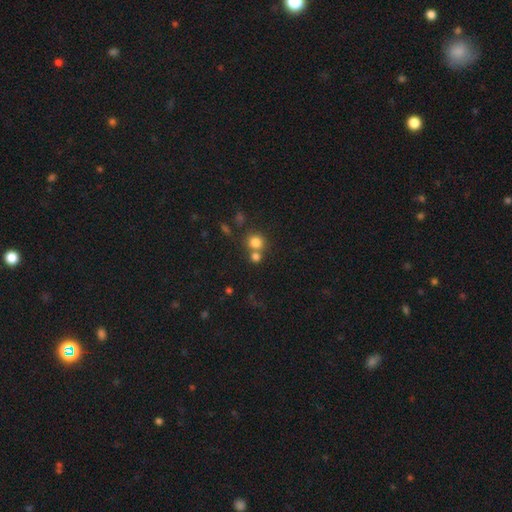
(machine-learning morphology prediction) Smooth or featured? smooth (77%)
How rounded? round (84%)
Merging? none (52%)